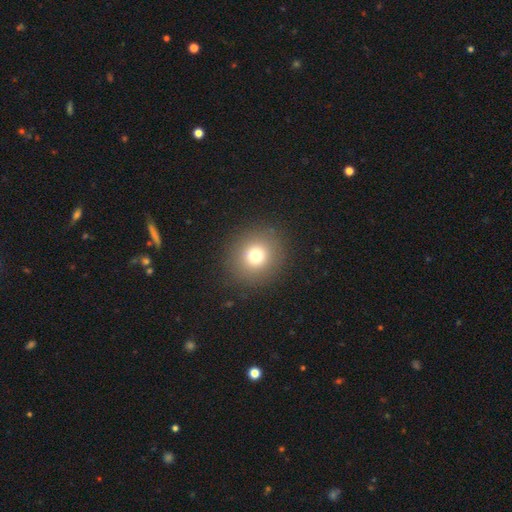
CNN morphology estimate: A smooth galaxy with no disk features (75%) that is round (90%). Merging: none (90%).